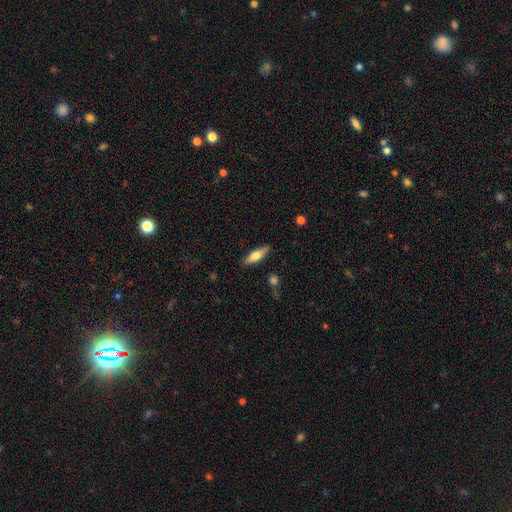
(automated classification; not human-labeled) Smooth or featured: smooth — 61% (featured or disk — 33%)
How rounded: in between — 52% (cigar-shaped — 46%)
Merging: none — 82% (minor disturbance — 13%)